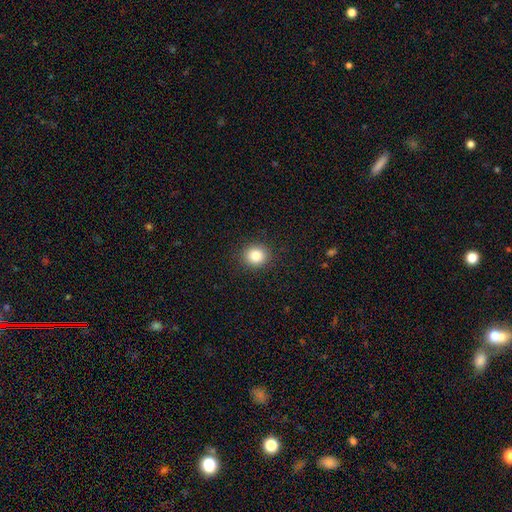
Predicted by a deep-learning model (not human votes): Smooth or featured? smooth (85%)
How rounded? round (83%)
Merging? none (90%)